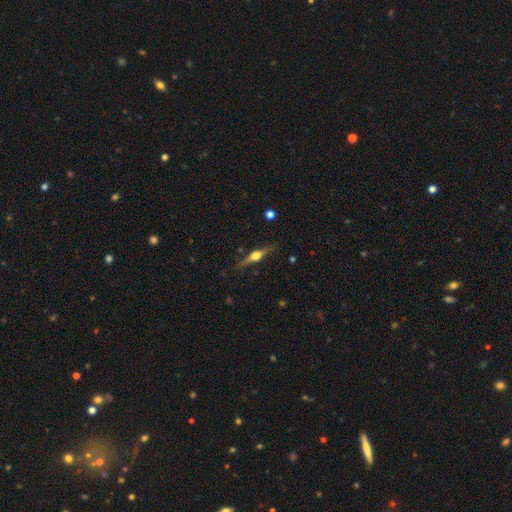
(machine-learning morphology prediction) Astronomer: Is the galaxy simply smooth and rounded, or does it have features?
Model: featured or disk — 74%.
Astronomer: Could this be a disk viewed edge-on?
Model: yes — 97%.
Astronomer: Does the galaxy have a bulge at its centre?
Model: rounded — 94%.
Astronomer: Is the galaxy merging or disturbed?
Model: none — 86%.